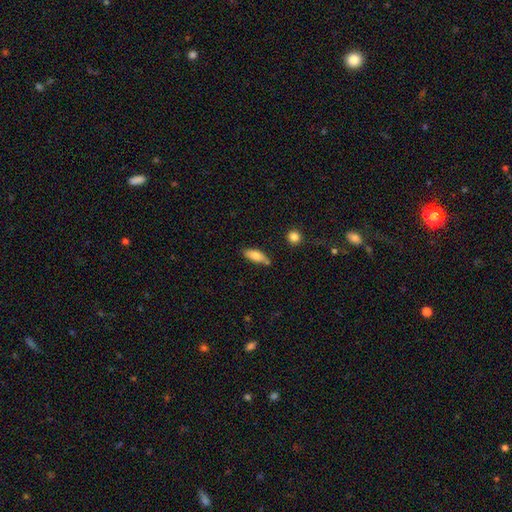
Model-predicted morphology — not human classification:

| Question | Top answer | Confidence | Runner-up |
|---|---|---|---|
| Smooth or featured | smooth | 80% | featured or disk (13%) |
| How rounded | in between | 72% | cigar-shaped (25%) |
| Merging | none | 64% | minor disturbance (23%) |